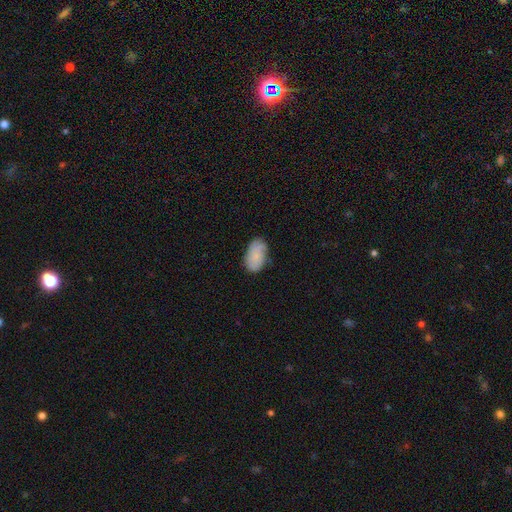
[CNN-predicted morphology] The model was most divided on "merging": none: 61%, minor disturbance: 28%, major disturbance: 8%, merger: 2%. More confident: how rounded — in between (93%); smooth or featured — smooth (69%).